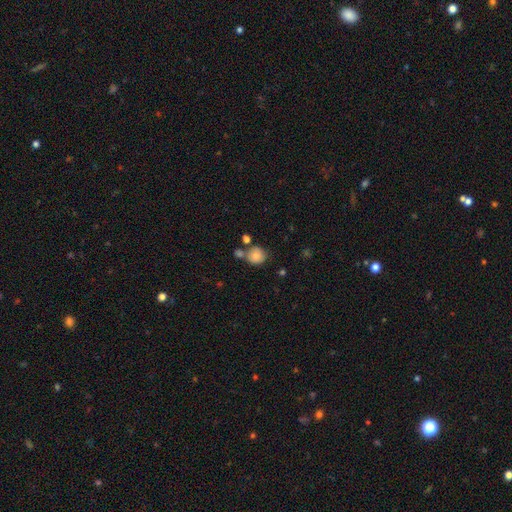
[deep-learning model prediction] Smooth or featured?
  - smooth: 78% *
  - featured or disk: 12%
  - star or artifact: 10%
How rounded?
  - round: 88% *
  - in between: 12%
  - cigar-shaped: 1%
Merging?
  - none: 62% *
  - merger: 20%
  - minor disturbance: 14%
  - major disturbance: 4%